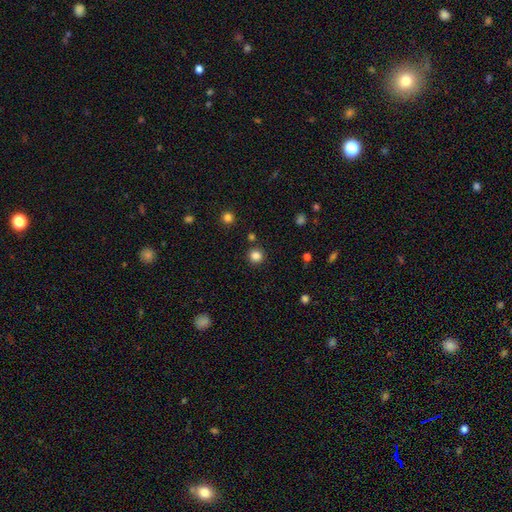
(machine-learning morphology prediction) The model was most divided on "smooth or featured": smooth: 84%, star or artifact: 13%, featured or disk: 4%. More confident: how rounded — round (94%); merging — none (89%).